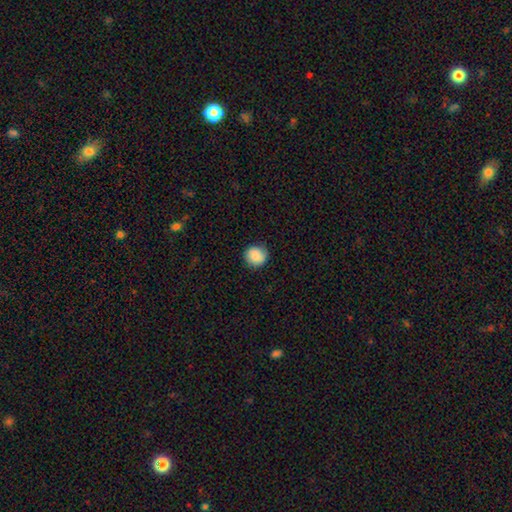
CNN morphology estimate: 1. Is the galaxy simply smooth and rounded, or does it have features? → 84% smooth, 8% featured or disk, 8% star or artifact.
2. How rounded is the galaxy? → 90% round, 9% in between, 1% cigar-shaped.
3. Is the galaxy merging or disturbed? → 87% none, 10% minor disturbance, 3% major disturbance, 1% merger.